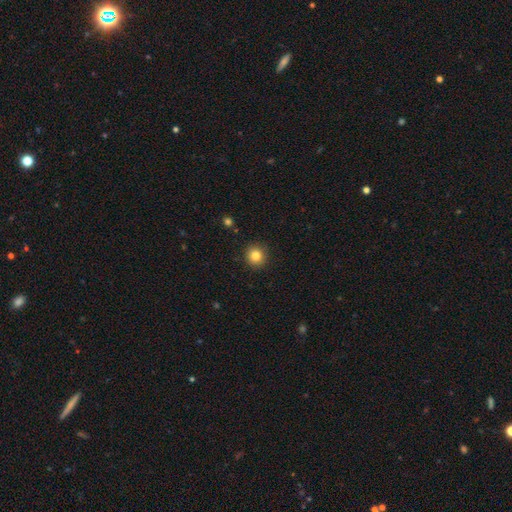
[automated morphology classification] Overall: smooth (82%). How rounded: round (92%). Merging: none (91%).